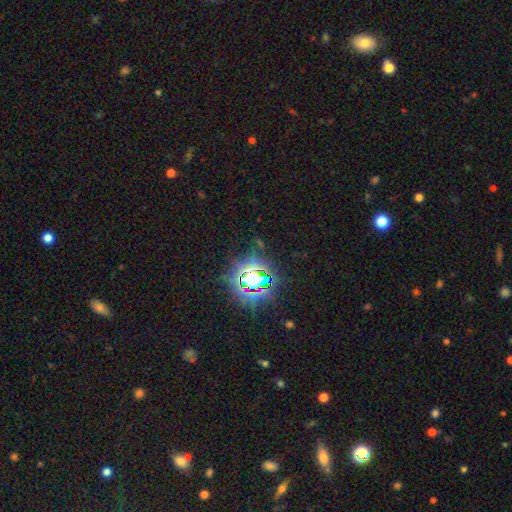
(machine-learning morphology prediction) The model was most divided on "smooth or featured": star or artifact: 84%, smooth: 10%, featured or disk: 6%.